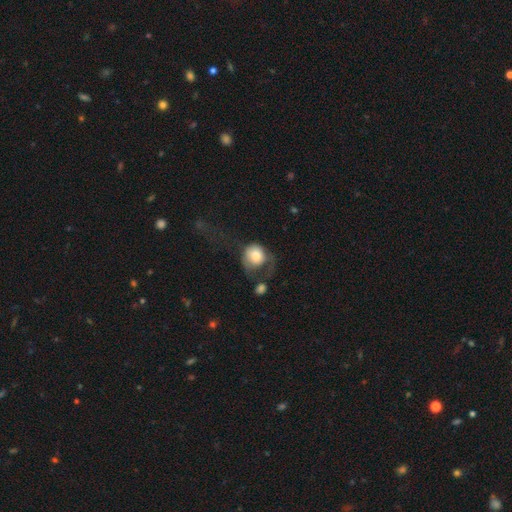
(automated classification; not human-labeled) Smooth or featured? Predicted: smooth (p=0.73). How rounded? Predicted: round (p=0.76). Merging? Predicted: major disturbance (p=0.52).